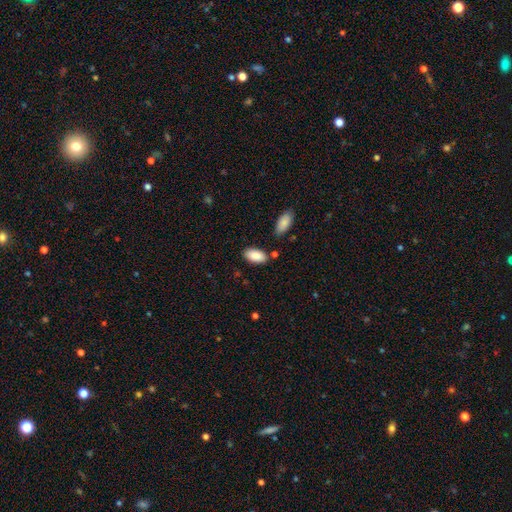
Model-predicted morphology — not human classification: Q: Smooth or featured?
A: smooth (88%); runner-up: star or artifact (6%)
Q: How rounded?
A: in between (94%); runner-up: cigar-shaped (4%)
Q: Merging?
A: none (81%); runner-up: minor disturbance (11%)